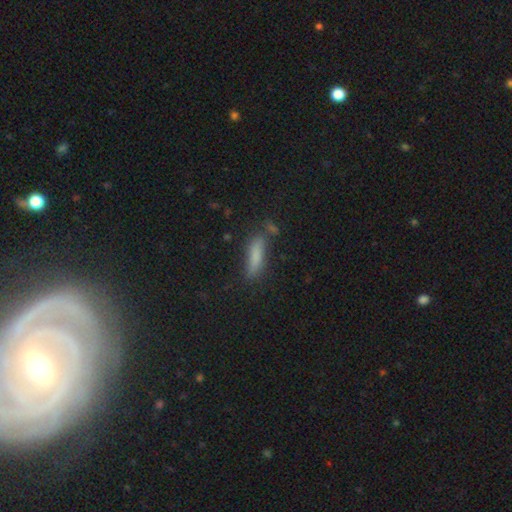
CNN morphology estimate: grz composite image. It shows a smooth galaxy with no disk features (78%) that is cigar-shaped (72%). Merging: none (68%).